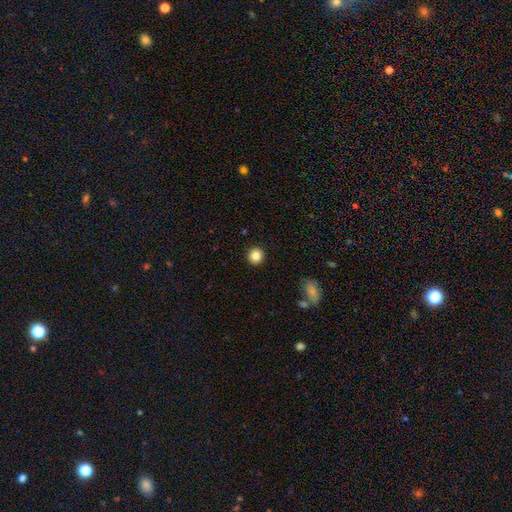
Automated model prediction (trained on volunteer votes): smooth 84%, star or artifact 10%, featured or disk 6%. Down the decision tree: how rounded — round (92%); merging — none (92%).